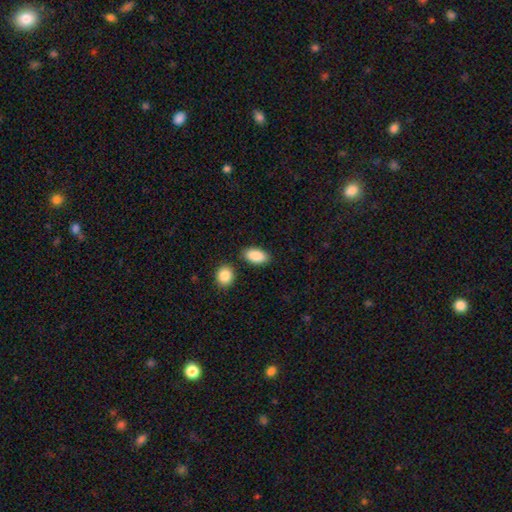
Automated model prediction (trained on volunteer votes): smooth 89%, star or artifact 6%, featured or disk 4%. Down the decision tree: how rounded — in between (93%); merging — none (82%).